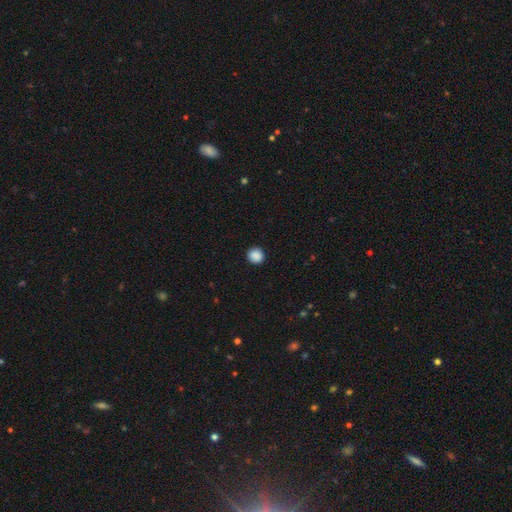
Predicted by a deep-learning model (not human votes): Overall: smooth (89%). How rounded: round (93%). Merging: none (91%).